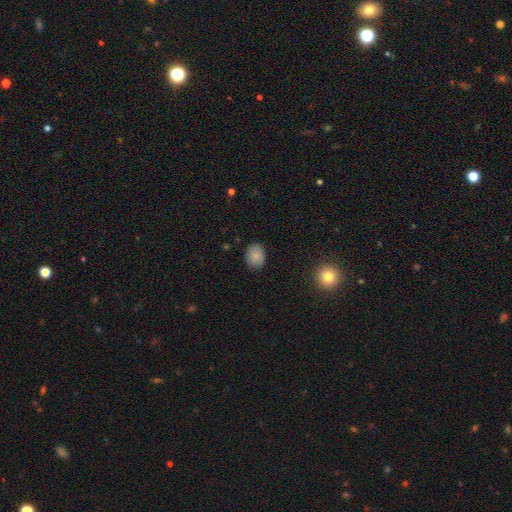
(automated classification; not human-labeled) Morphology: type=smooth (85%); roundness=round (52%); merging=none (86%).